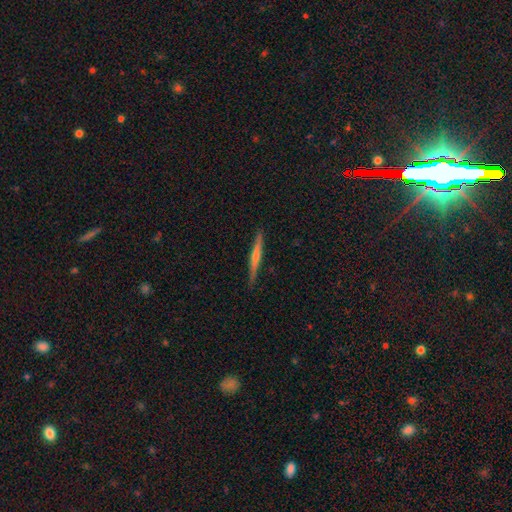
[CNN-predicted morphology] Smooth or featured: featured or disk — 67% (smooth — 25%)
Edge-on disk: yes — 98% (no — 2%)
Edge-on bulge: rounded — 61% (none — 29%)
Merging: none — 90% (minor disturbance — 7%)